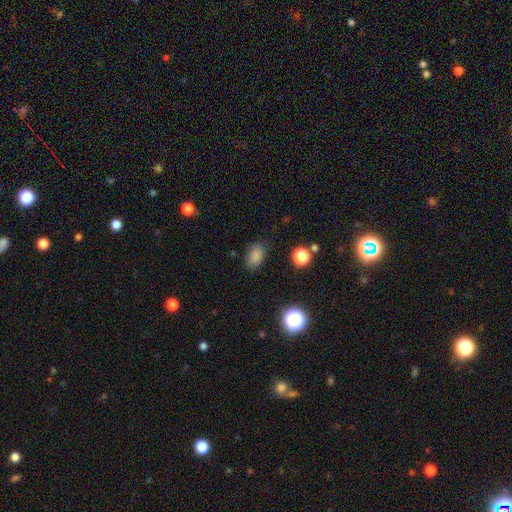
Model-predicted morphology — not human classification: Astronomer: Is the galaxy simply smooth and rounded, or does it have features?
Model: smooth — 82%.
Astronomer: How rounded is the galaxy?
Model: in between — 82%.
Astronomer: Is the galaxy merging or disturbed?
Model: none — 82%.